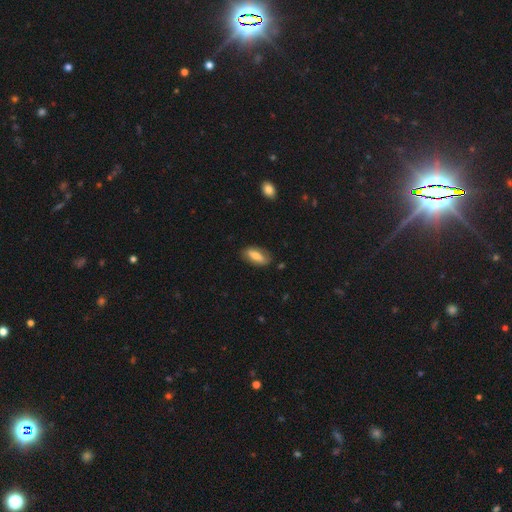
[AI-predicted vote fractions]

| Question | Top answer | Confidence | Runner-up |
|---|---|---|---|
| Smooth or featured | smooth | 70% | featured or disk (23%) |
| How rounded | in between | 80% | cigar-shaped (17%) |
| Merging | none | 80% | minor disturbance (15%) |